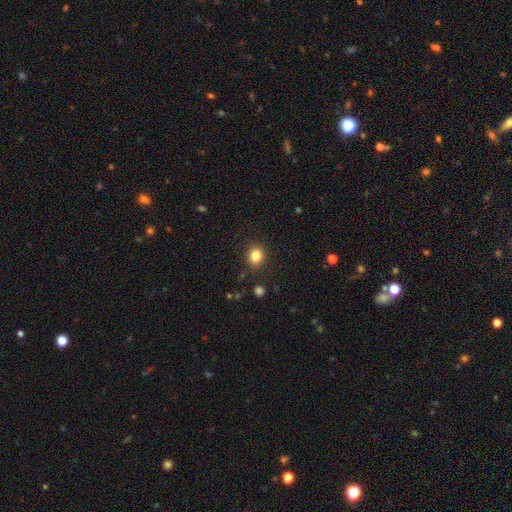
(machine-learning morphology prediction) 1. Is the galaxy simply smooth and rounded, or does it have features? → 83% smooth, 12% star or artifact, 5% featured or disk.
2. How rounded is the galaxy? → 78% round, 21% in between, 1% cigar-shaped.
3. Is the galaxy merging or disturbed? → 88% none, 8% minor disturbance, 3% major disturbance, 2% merger.